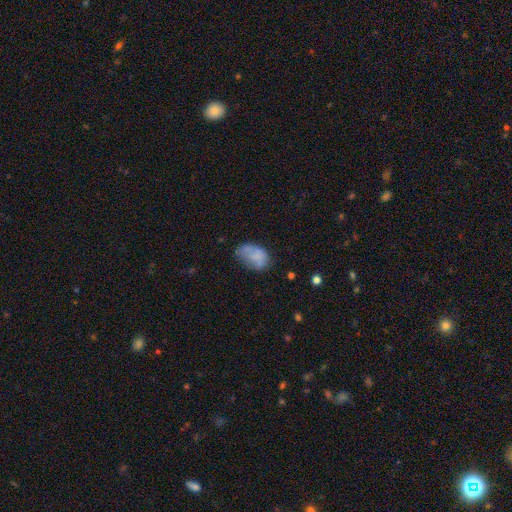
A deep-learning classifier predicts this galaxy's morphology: Smooth or featured: smooth — 68% (featured or disk — 22%)
How rounded: in between — 90% (round — 8%)
Merging: none — 44% (minor disturbance — 33%)